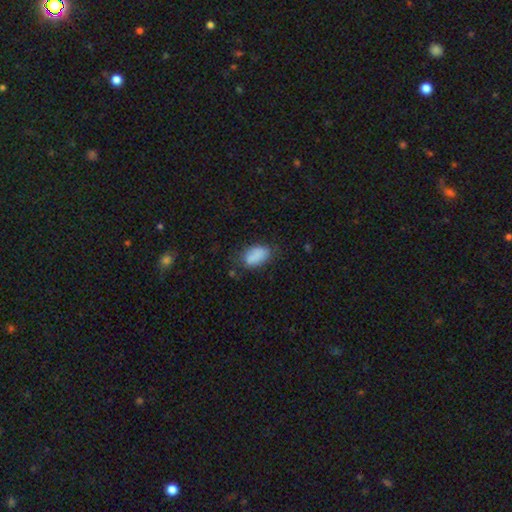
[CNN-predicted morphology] Smooth or featured: smooth — 84% (star or artifact — 8%)
How rounded: in between — 91% (round — 6%)
Merging: none — 64% (minor disturbance — 25%)